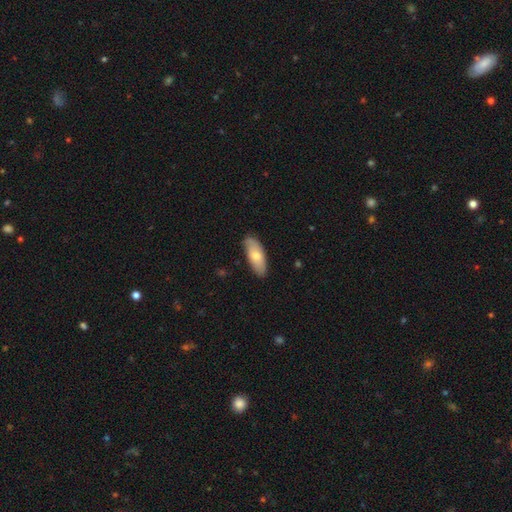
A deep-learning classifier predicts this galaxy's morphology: smooth-or-featured: smooth: 68% | featured or disk: 26% | star or artifact: 6%
  how-rounded: in between: 76% | cigar-shaped: 21% | round: 2%
  merging: none: 84% | minor disturbance: 13% | major disturbance: 2% | merger: 1%